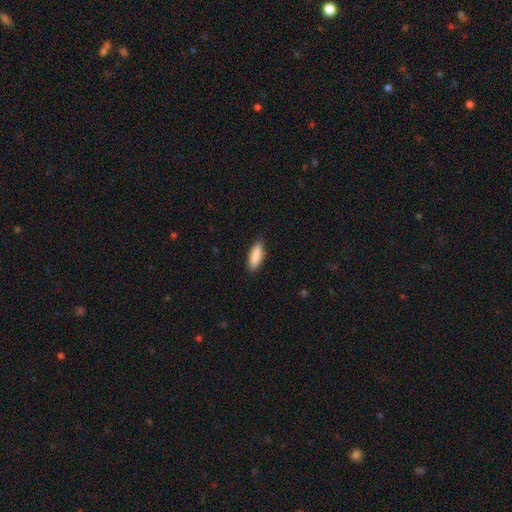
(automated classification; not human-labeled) Smooth or featured: smooth — 88% (featured or disk — 6%)
How rounded: in between — 63% (cigar-shaped — 35%)
Merging: none — 85% (minor disturbance — 12%)